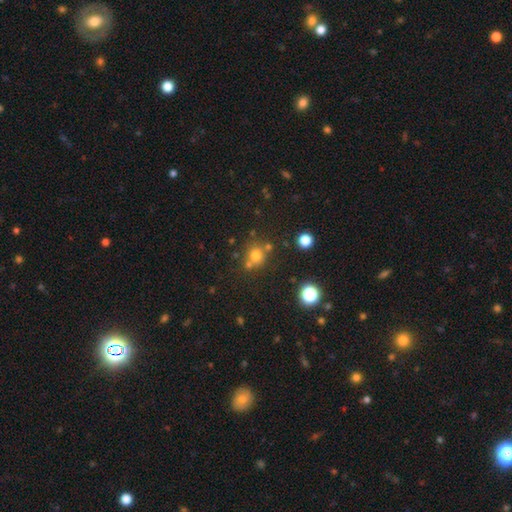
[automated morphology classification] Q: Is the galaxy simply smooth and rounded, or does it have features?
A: smooth — 71%.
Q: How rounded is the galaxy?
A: round — 86%.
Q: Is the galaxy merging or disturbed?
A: none — 65%.